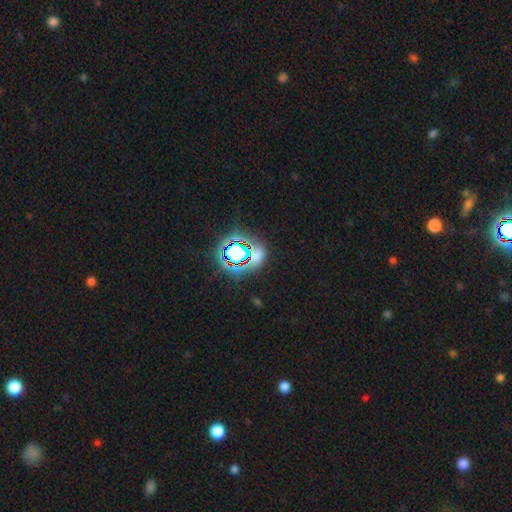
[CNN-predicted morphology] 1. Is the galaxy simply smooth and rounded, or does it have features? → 61% star or artifact, 29% smooth, 11% featured or disk.